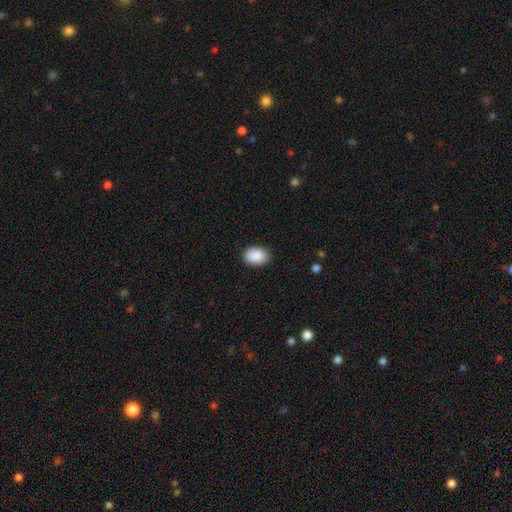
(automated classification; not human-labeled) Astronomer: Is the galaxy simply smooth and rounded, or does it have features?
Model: smooth — 90%.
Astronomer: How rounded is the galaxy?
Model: in between — 81%.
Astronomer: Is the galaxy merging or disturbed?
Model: none — 88%.